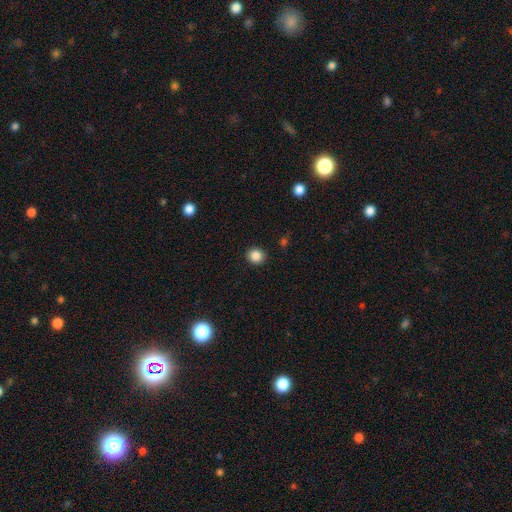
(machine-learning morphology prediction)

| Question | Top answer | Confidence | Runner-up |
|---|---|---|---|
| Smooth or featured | smooth | 86% | star or artifact (10%) |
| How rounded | round | 84% | in between (15%) |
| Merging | none | 91% | minor disturbance (6%) |